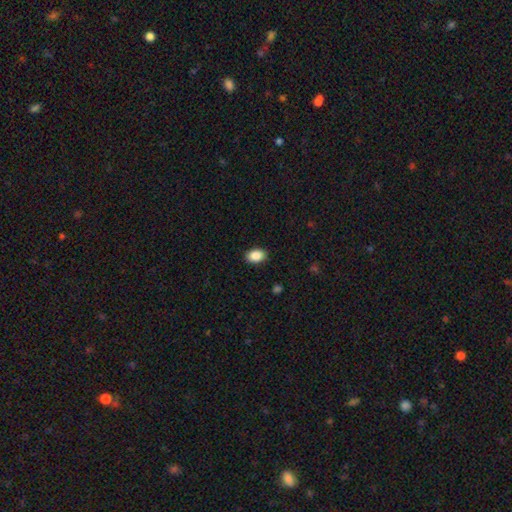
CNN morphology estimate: A smooth galaxy with no disk features (88%) that is in between round and cigar-shaped (80%).

Vote fractions:
- Smooth or featured? smooth: 88% / star or artifact: 8% / featured or disk: 4%
- How rounded? in between: 80% / round: 18% / cigar-shaped: 1%
- Merging? none: 89% / minor disturbance: 8% / major disturbance: 2% / merger: 1%